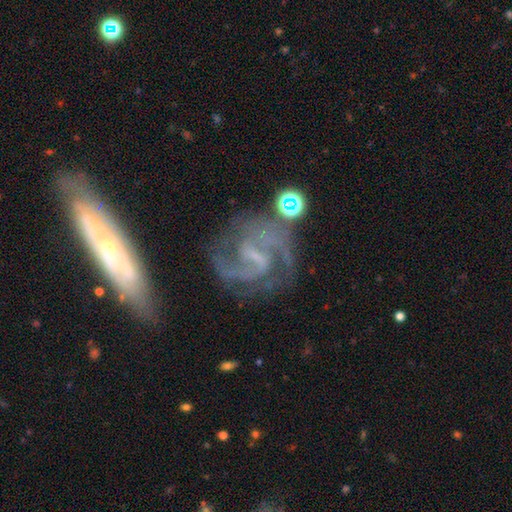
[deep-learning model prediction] Smooth or featured?
  - featured or disk: 88% *
  - star or artifact: 6%
  - smooth: 5%
Edge-on disk?
  - no: 97% *
  - yes: 3%
Bar?
  - weak: 47% *
  - strong: 34%
  - no: 19%
Spiral arms?
  - yes: 97% *
  - no: 3%
Spiral winding?
  - medium: 55% *
  - tight: 25%
  - loose: 20%
Spiral arm count?
  - 2: 80% *
  - can't tell: 7%
  - 3: 6%
  - 1: 2%
  - 4: 2%
  - more than 4: 2%
Bulge size?
  - small: 48% *
  - none: 40%
  - moderate: 10%
  - large: 1%
  - dominant: 1%
Merging?
  - none: 63% *
  - minor disturbance: 18%
  - major disturbance: 12%
  - merger: 8%